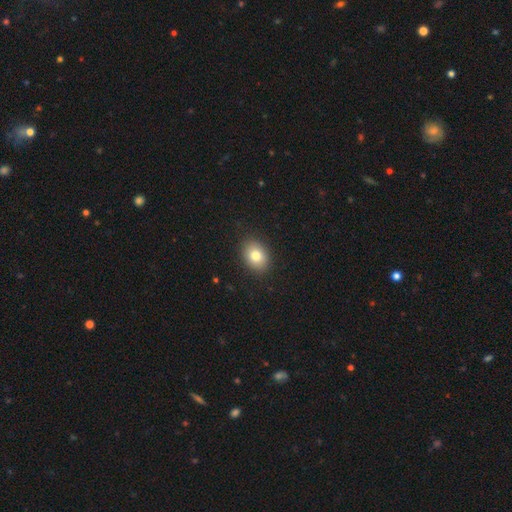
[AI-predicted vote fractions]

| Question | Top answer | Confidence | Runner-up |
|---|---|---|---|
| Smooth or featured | smooth | 80% | featured or disk (11%) |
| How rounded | in between | 62% | round (37%) |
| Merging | none | 89% | minor disturbance (8%) |